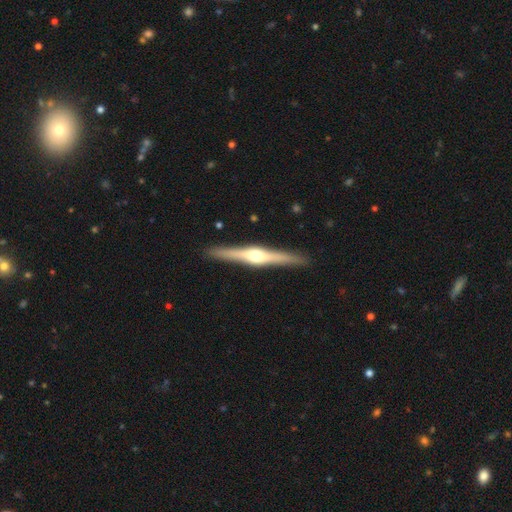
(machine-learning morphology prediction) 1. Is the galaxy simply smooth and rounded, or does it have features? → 76% featured or disk, 19% smooth, 5% star or artifact.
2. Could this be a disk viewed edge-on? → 98% yes, 2% no.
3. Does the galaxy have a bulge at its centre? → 93% rounded, 5% boxy, 2% none.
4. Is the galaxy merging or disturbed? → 91% none, 7% minor disturbance, 1% major disturbance, 1% merger.